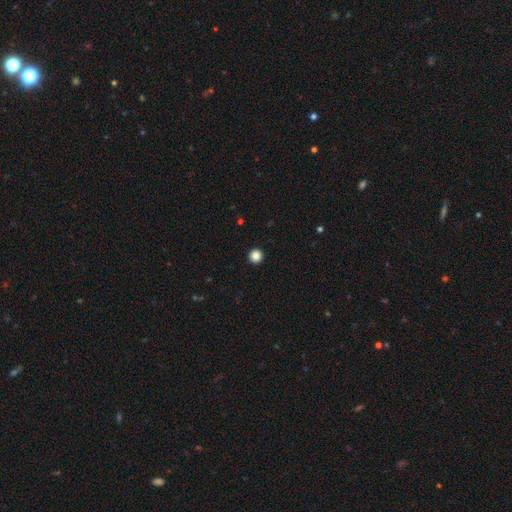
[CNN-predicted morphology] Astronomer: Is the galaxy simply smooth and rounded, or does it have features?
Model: smooth — 86%.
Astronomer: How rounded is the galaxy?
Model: round — 96%.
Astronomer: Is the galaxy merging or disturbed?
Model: none — 94%.